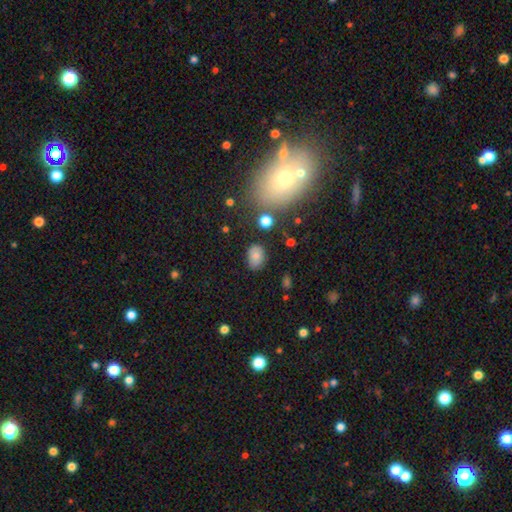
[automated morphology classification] smooth-or-featured: smooth: 78% | star or artifact: 12% | featured or disk: 10%
  how-rounded: in between: 74% | round: 24% | cigar-shaped: 1%
  merging: none: 75% | minor disturbance: 17% | major disturbance: 5% | merger: 3%